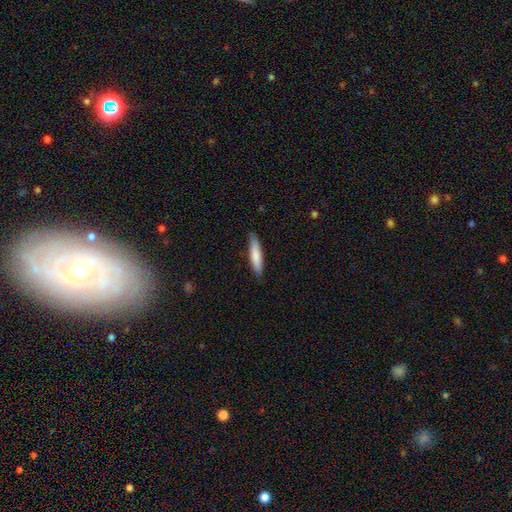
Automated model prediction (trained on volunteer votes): This appears to be a smooth galaxy with no disk features (79%) that is cigar-shaped (83%). Merging: none (83%).